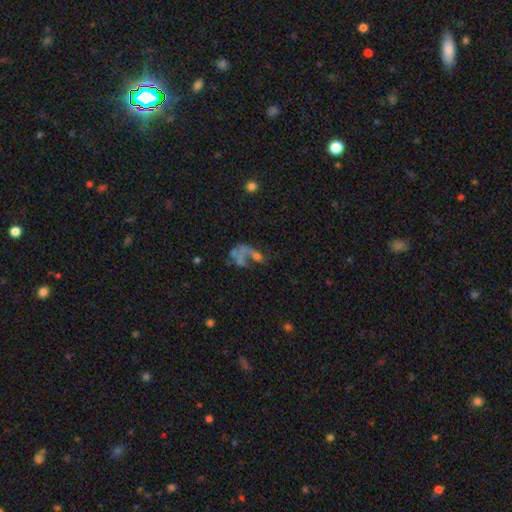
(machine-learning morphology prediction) Smooth or featured? featured or disk (43%)
Merging? major disturbance (32%)